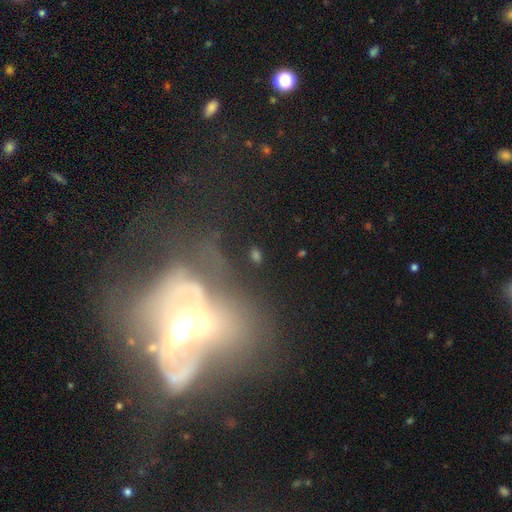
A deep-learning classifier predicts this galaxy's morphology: Q: Smooth or featured?
A: featured or disk (40%); runner-up: smooth (35%)
Q: Merging?
A: none (49%); runner-up: major disturbance (22%)